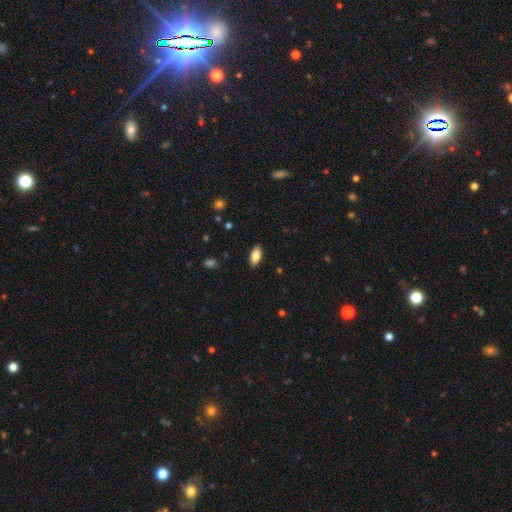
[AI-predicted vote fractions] Q: Smooth or featured?
A: smooth (78%); runner-up: featured or disk (15%)
Q: How rounded?
A: in between (88%); runner-up: cigar-shaped (10%)
Q: Merging?
A: none (89%); runner-up: minor disturbance (8%)